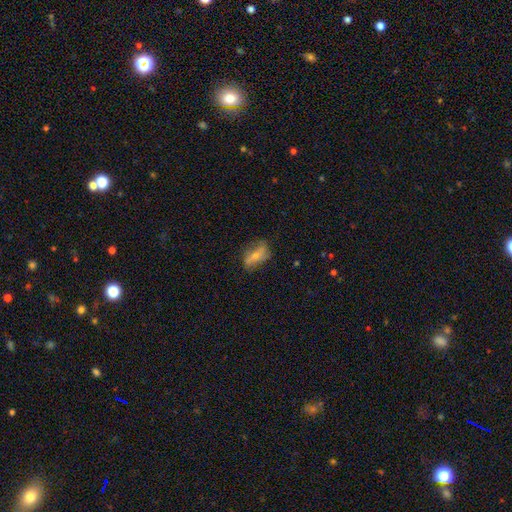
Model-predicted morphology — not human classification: A smooth galaxy with no disk features (54%) that is in between round and cigar-shaped (81%).

Vote fractions:
- Smooth or featured? smooth: 54% / featured or disk: 37% / star or artifact: 9%
- How rounded? in between: 81% / cigar-shaped: 11% / round: 8%
- Merging? none: 59% / minor disturbance: 26% / major disturbance: 12% / merger: 2%